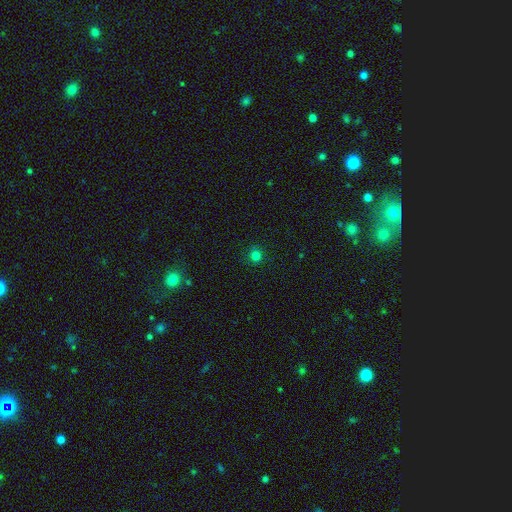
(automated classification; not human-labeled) smooth 79%, star or artifact 17%, featured or disk 4%. Down the decision tree: how rounded — round (93%); merging — none (89%).